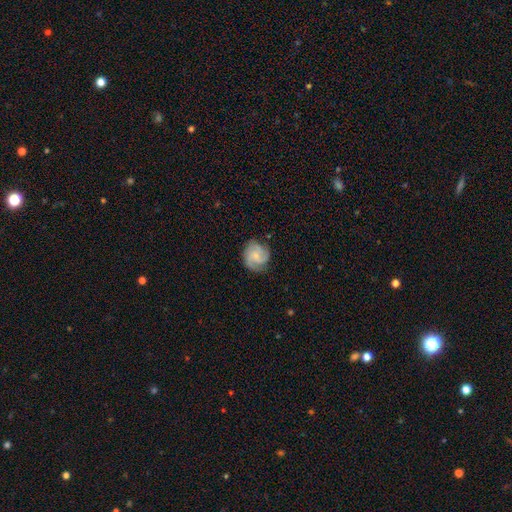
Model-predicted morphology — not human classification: Overall: featured or disk (70%). Edge-on disk: no (98%). Bar: no (69%). Spiral arms: yes (96%). Spiral arm count: 3 (56%). Spiral winding: medium (45%; tight 42%). Bulge size: small (63%). Merging: none (77%).